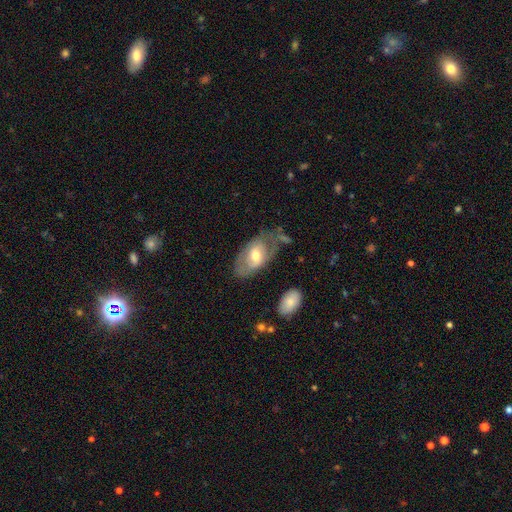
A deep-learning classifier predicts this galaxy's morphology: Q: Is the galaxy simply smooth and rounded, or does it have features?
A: featured or disk — 48%.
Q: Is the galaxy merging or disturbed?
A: none — 52%.